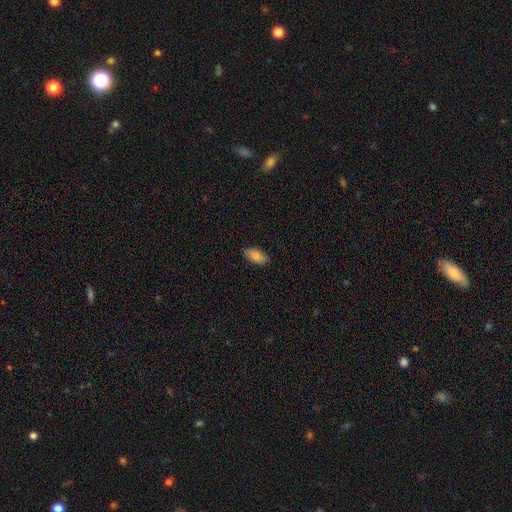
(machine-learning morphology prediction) smooth_or_featured: smooth (p=0.76) [alt: featured or disk p=0.16]
how_rounded: in between (p=0.93) [alt: round p=0.04]
merging: none (p=0.88) [alt: minor disturbance p=0.10]